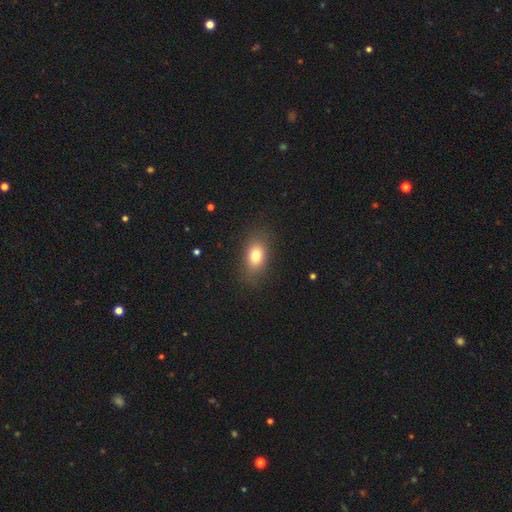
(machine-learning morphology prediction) type=smooth (78%); roundness=in between (80%); merging=none (83%).